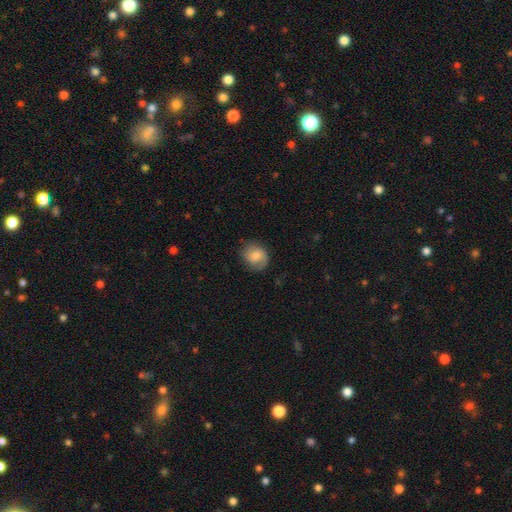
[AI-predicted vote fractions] A smooth galaxy with no disk features (64%) that is round (68%).

Vote fractions:
- Smooth or featured? smooth: 64% / featured or disk: 29% / star or artifact: 8%
- How rounded? round: 68% / in between: 31% / cigar-shaped: 1%
- Merging? none: 74% / minor disturbance: 19% / major disturbance: 6% / merger: 1%